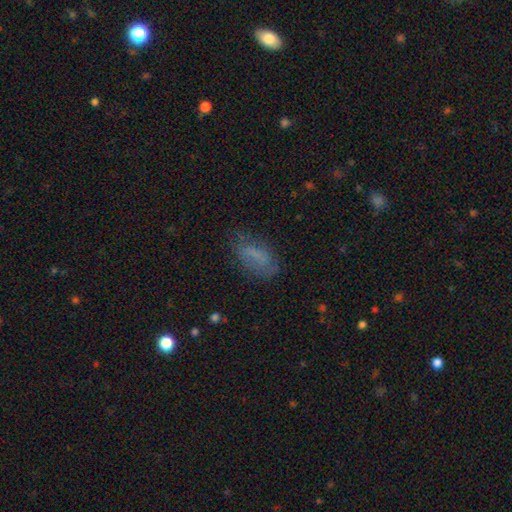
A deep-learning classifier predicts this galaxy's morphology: Q: Smooth or featured?
A: smooth (63%); runner-up: featured or disk (24%)
Q: How rounded?
A: in between (82%); runner-up: cigar-shaped (14%)
Q: Merging?
A: none (60%); runner-up: minor disturbance (24%)